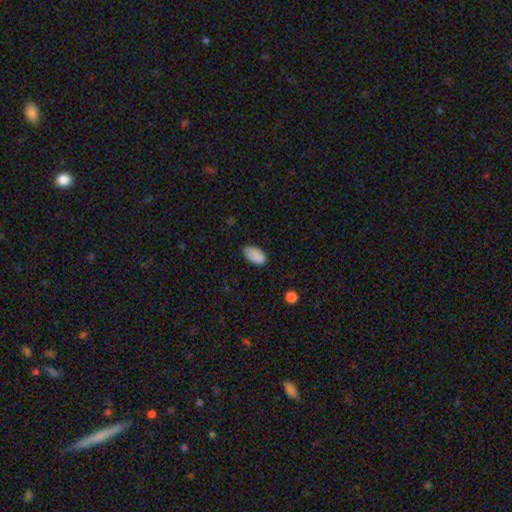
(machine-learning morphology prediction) smooth 88%, star or artifact 8%, featured or disk 4%. Down the decision tree: how rounded — in between (95%); merging — none (75%).